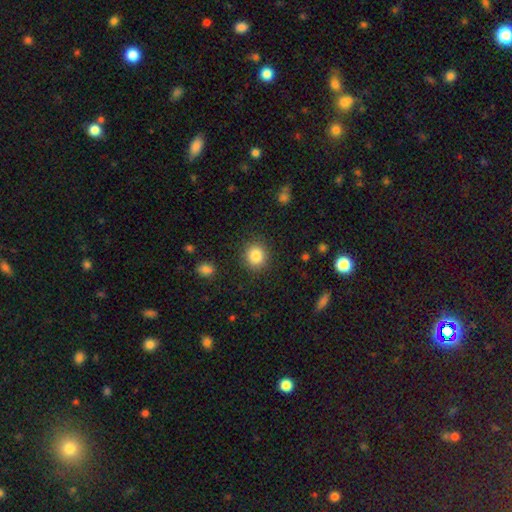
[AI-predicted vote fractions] This is clearly a smooth galaxy (85%). How rounded: clearly round (84%). Merging: clearly none (88%).